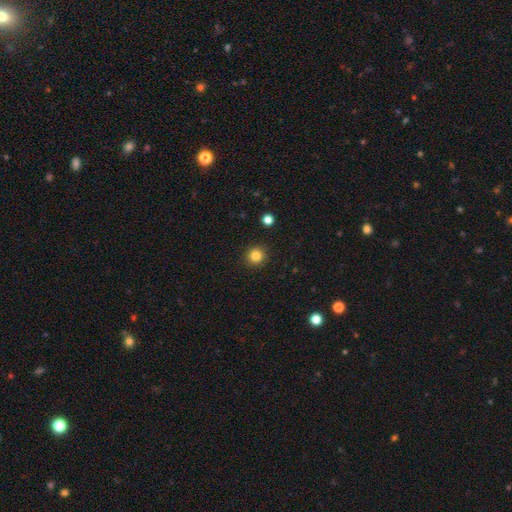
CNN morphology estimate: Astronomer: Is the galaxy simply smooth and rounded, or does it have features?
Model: smooth — 83%.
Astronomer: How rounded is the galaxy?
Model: round — 94%.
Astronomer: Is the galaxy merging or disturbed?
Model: none — 92%.